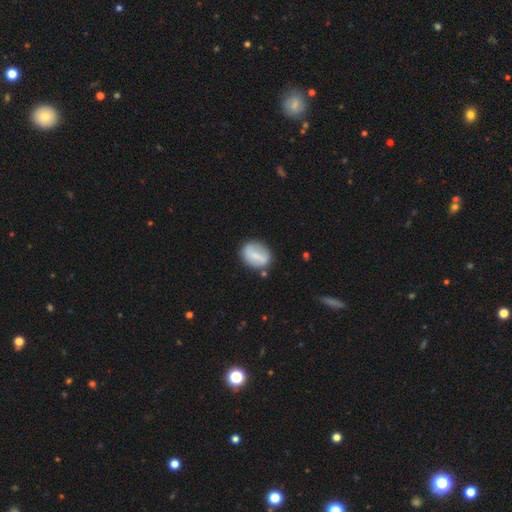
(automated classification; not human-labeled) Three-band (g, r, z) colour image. It shows a smooth galaxy with no disk features (63%) that is in between round and cigar-shaped (64%). Merging: none (75%).